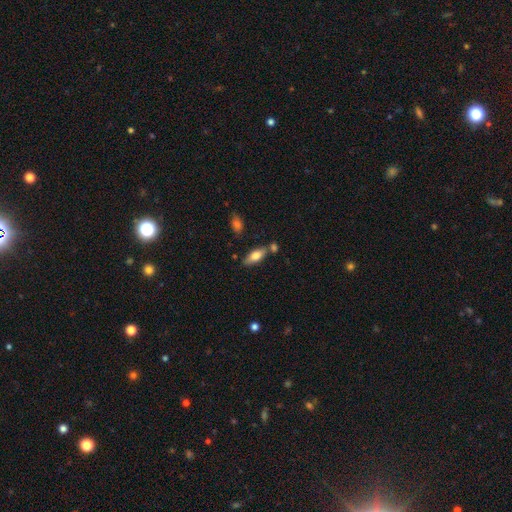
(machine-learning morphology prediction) smooth 67%, featured or disk 26%, star or artifact 7%. Down the decision tree: how rounded — in between (71%); merging — none (70%).